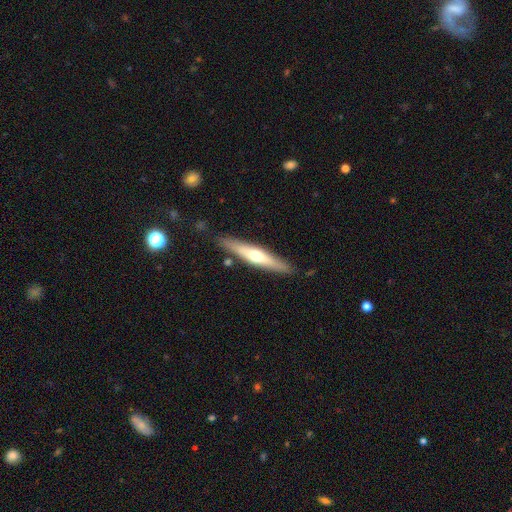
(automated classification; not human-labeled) Smooth or featured?
  - featured or disk: 52% *
  - smooth: 42%
  - star or artifact: 5%
Edge-on disk?
  - yes: 92% *
  - no: 8%
Merging?
  - none: 86% *
  - minor disturbance: 9%
  - merger: 3%
  - major disturbance: 2%